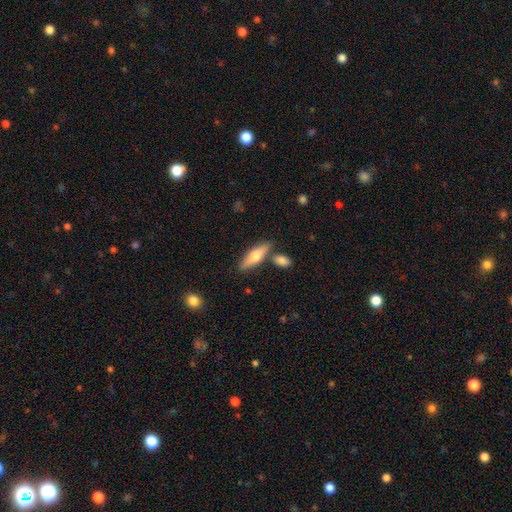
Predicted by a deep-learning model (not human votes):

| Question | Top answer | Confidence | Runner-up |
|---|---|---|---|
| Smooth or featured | smooth | 53% | featured or disk (41%) |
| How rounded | cigar-shaped | 52% | in between (45%) |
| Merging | none | 75% | merger (11%) |